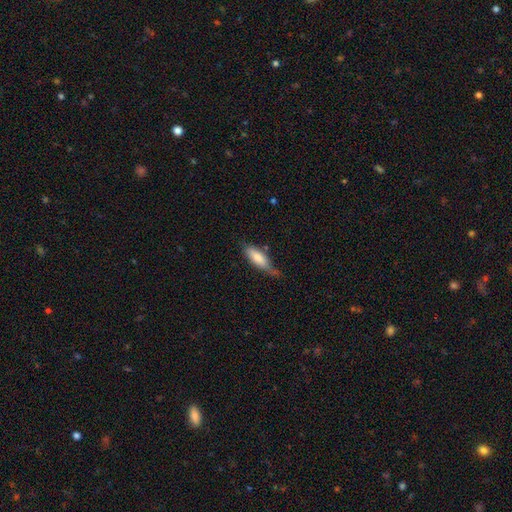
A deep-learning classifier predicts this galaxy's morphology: A smooth galaxy with no disk features (77%) that is in between round and cigar-shaped (54%).

Vote fractions:
- Smooth or featured? smooth: 77% / featured or disk: 17% / star or artifact: 6%
- How rounded? in between: 54% / cigar-shaped: 45% / round: 2%
- Merging? none: 46% / minor disturbance: 39% / major disturbance: 11% / merger: 3%